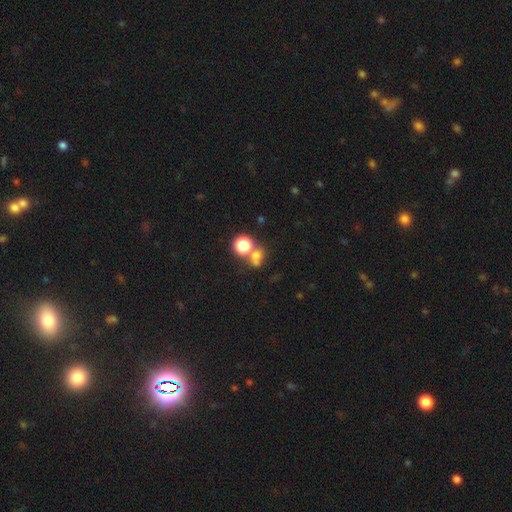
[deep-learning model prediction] Smooth or featured: smooth — 64% (star or artifact — 25%)
How rounded: round — 72% (in between — 26%)
Merging: none — 44% (merger — 40%)